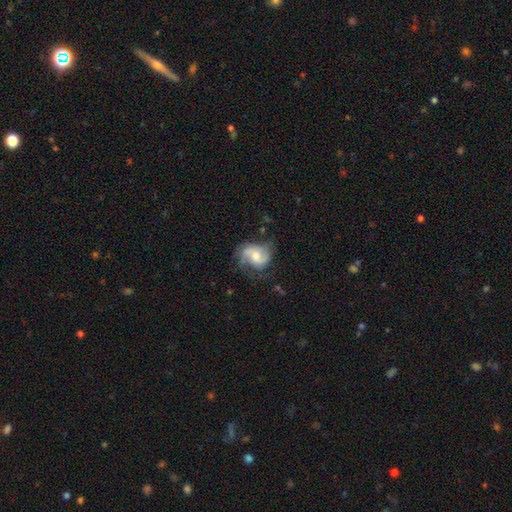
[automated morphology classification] smooth_or_featured: featured or disk (p=0.74) [alt: smooth p=0.20]
disk_edge_on: no (p=0.98) [alt: yes p=0.02]
bar: no (p=0.56) [alt: weak p=0.37]
has_spiral_arms: yes (p=0.93) [alt: no p=0.07]
spiral_winding: medium (p=0.46) [alt: loose p=0.33]
spiral_arm_count: 2 (p=0.73) [alt: can't tell p=0.09]
bulge_size: moderate (p=0.53) [alt: small p=0.29]
merging: none (p=0.57) [alt: minor disturbance p=0.25]